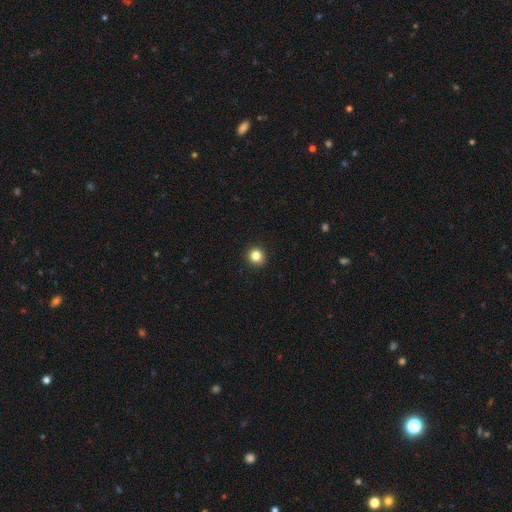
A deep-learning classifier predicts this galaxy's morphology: Q: Smooth or featured?
A: smooth (84%); runner-up: star or artifact (11%)
Q: How rounded?
A: round (91%); runner-up: in between (8%)
Q: Merging?
A: none (93%); runner-up: minor disturbance (5%)